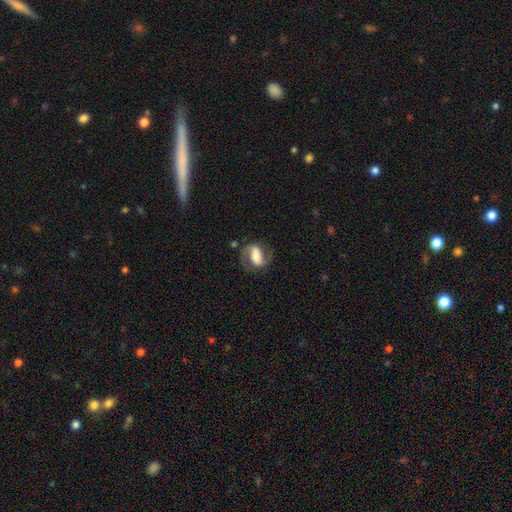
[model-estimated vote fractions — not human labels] The model was most divided on "bulge size": moderate: 35%, large: 30%, small: 20%, none: 8%, dominant: 7%. Remaining: edge-on disk — no (96%); spiral arms — yes (91%); spiral arm count — 2 (87%); smooth or featured — featured or disk (73%); merging — none (71%); spiral winding — medium (51%); bar — strong (49%).